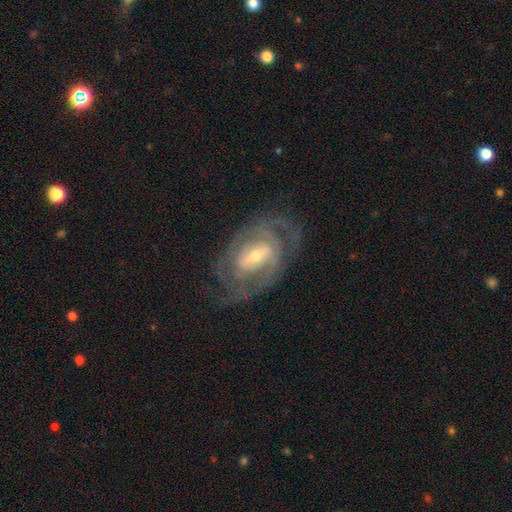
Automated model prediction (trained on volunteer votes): A featured or disk galaxy (88%) with a weak bar (44%), 2 (44%) tight (55%) spiral arms (93%) and a moderate central bulge (48%).

Vote fractions:
- Smooth or featured? featured or disk: 88% / smooth: 7% / star or artifact: 5%
- Edge-on disk? no: 96% / yes: 4%
- Bar? weak: 44% / strong: 37% / no: 19%
- Spiral arms? yes: 93% / no: 7%
- Spiral winding? tight: 55% / medium: 36% / loose: 9%
- Spiral arm count? 2: 44% / can't tell: 24% / 3: 17% / 4: 6% / 1: 5% / more than 4: 4%
- Bulge size? moderate: 48% / small: 46% / large: 5% / none: 1% / dominant: 1%
- Merging? none: 70% / minor disturbance: 17% / major disturbance: 12% / merger: 1%